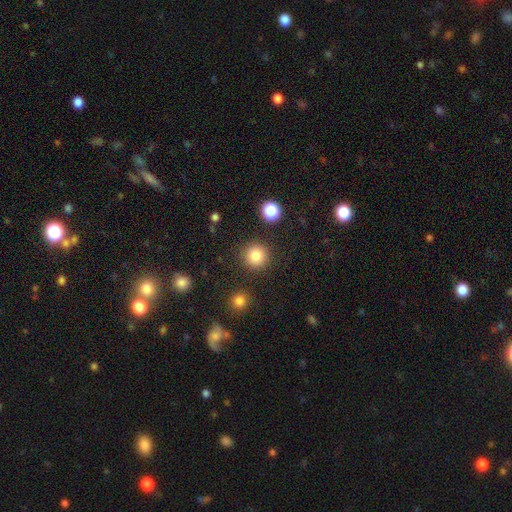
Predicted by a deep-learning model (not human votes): smooth_or_featured: smooth (p=0.83) [alt: star or artifact p=0.11]
how_rounded: round (p=0.94) [alt: in between p=0.05]
merging: none (p=0.89) [alt: minor disturbance p=0.06]